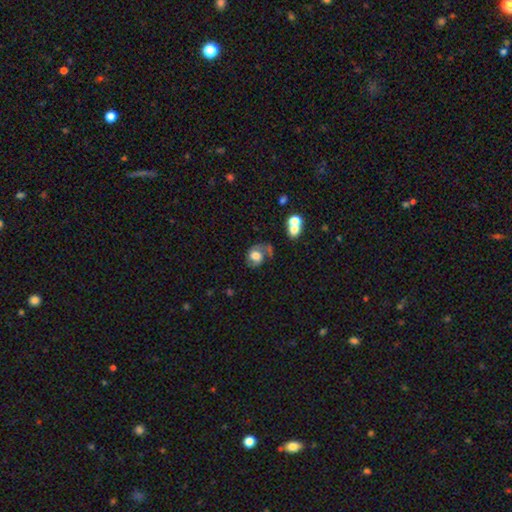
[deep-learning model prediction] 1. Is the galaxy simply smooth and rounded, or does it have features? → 47% smooth, 44% featured or disk, 9% star or artifact.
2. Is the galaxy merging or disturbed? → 47% none, 24% minor disturbance, 19% major disturbance, 10% merger.